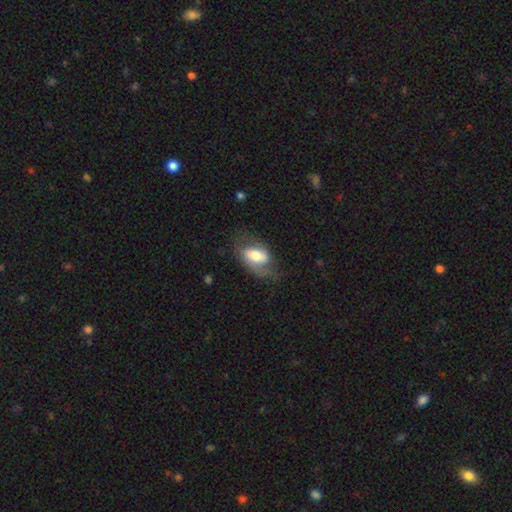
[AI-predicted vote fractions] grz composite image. It shows a featured or disk galaxy (49%). Merging: none (51%).